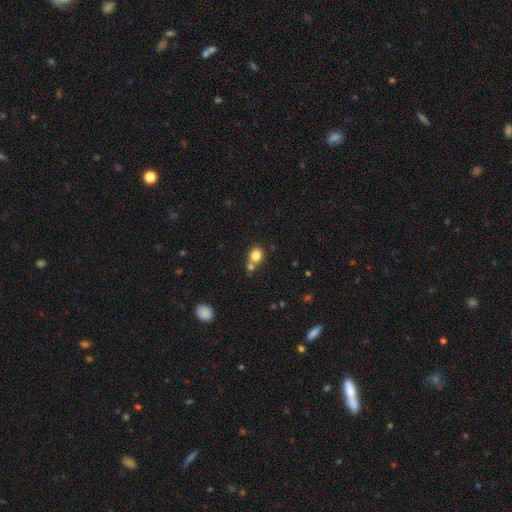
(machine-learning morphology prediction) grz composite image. It shows a smooth galaxy with no disk features (82%) that is round (73%). Merging: none (57%).